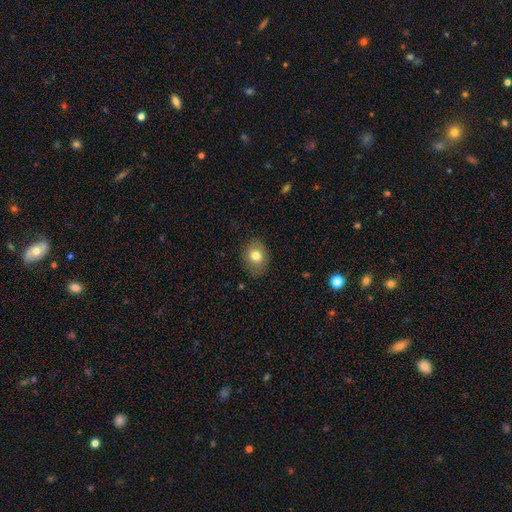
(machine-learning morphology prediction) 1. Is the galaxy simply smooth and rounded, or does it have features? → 77% smooth, 13% featured or disk, 9% star or artifact.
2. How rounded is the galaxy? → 58% in between, 41% round, 1% cigar-shaped.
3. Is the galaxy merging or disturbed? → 80% none, 15% minor disturbance, 4% major disturbance, 1% merger.